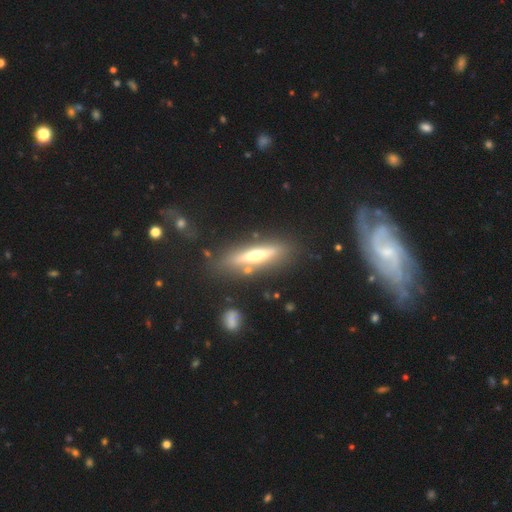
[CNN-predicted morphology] smooth_or_featured: featured or disk (p=0.59) [alt: smooth p=0.34]
disk_edge_on: yes (p=0.87) [alt: no p=0.13]
edge_on_bulge: rounded (p=0.86) [alt: none p=0.08]
merging: none (p=0.80) [alt: minor disturbance p=0.11]